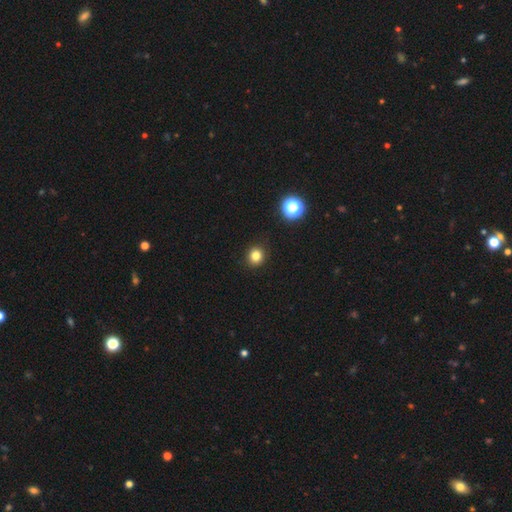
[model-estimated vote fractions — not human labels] This is clearly a smooth galaxy (81%). How rounded: clearly round (88%). Merging: clearly none (92%).